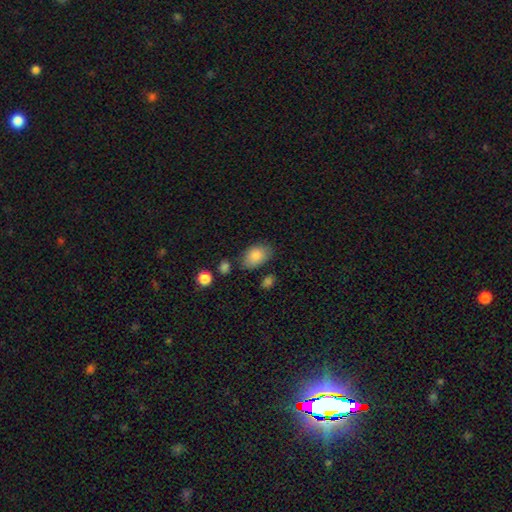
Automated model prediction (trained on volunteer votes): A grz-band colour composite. It shows a smooth galaxy with no disk features (85%) that is in between round and cigar-shaped (87%). Merging: none (68%).